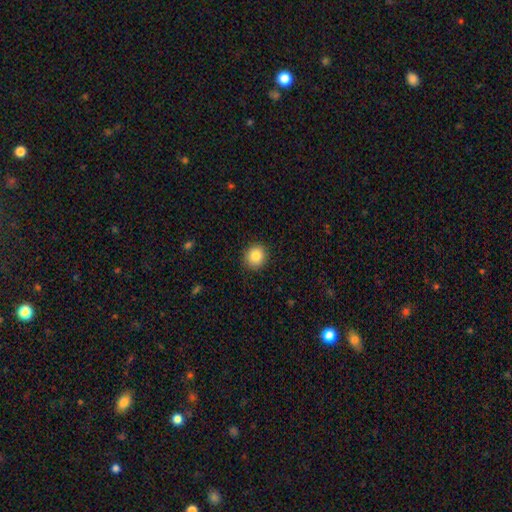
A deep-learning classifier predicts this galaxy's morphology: A smooth galaxy with no disk features (85%) that is round (87%). Merging: none (91%).